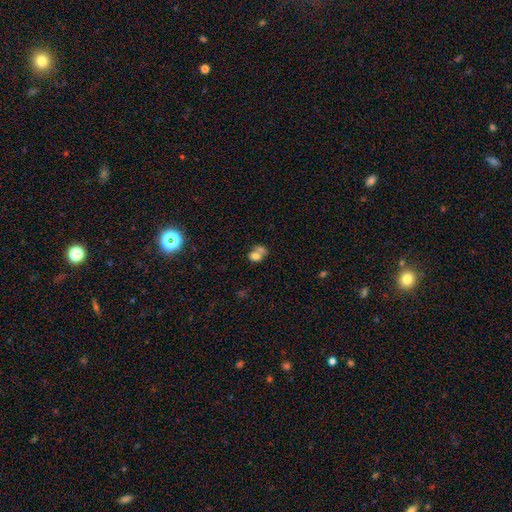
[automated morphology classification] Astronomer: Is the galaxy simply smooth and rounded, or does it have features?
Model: smooth — 69%.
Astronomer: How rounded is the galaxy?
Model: in between — 53% (runner-up: round, 46%).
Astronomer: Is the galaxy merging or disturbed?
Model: merger — 60%.